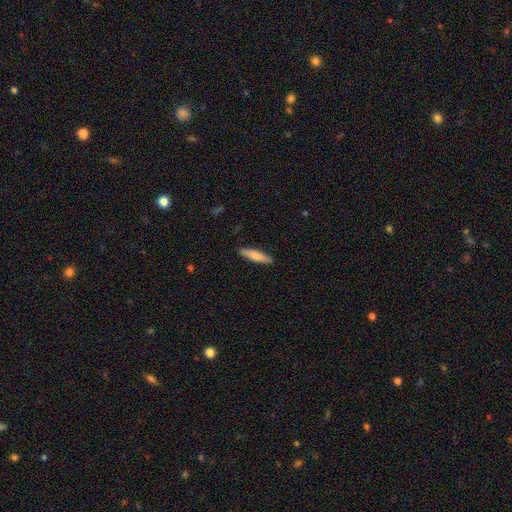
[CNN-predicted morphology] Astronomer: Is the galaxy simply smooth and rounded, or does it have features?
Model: smooth — 77%.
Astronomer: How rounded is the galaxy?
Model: cigar-shaped — 82%.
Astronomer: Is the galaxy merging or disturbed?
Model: none — 90%.